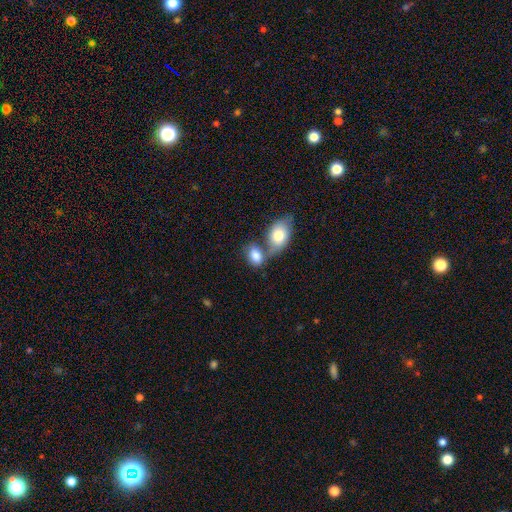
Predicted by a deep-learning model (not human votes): Morphology: type=smooth (81%); roundness=in between (82%); merging=merger (54%).